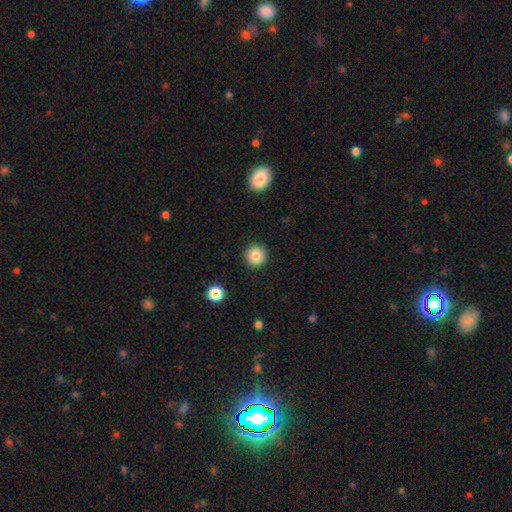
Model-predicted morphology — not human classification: Smooth or featured? smooth (84%)
How rounded? round (95%)
Merging? none (92%)